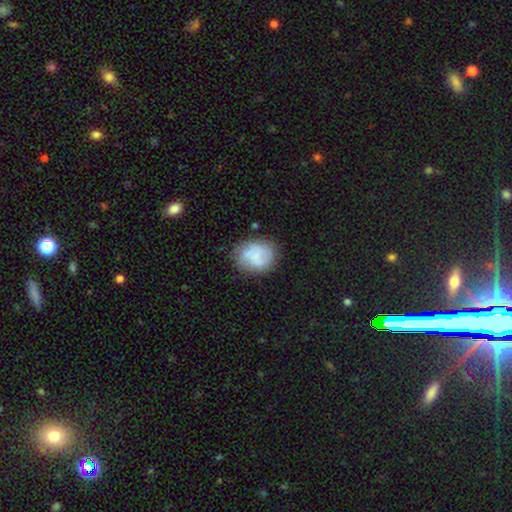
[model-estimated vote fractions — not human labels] featured or disk 47%, smooth 44%, star or artifact 8%. Down the decision tree: merging — none (67%).